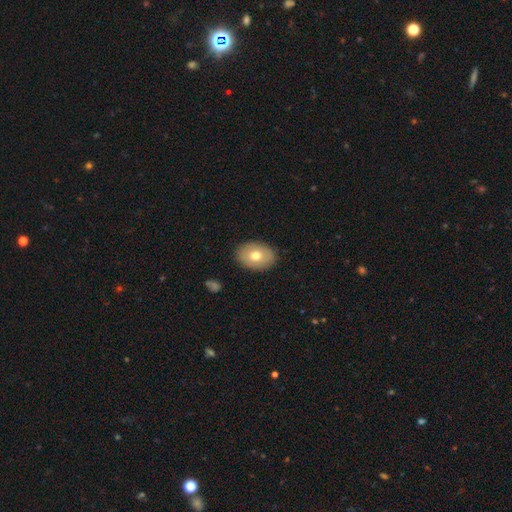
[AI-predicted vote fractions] smooth 71%, featured or disk 22%, star or artifact 7%. Down the decision tree: how rounded — in between (76%); merging — none (88%).